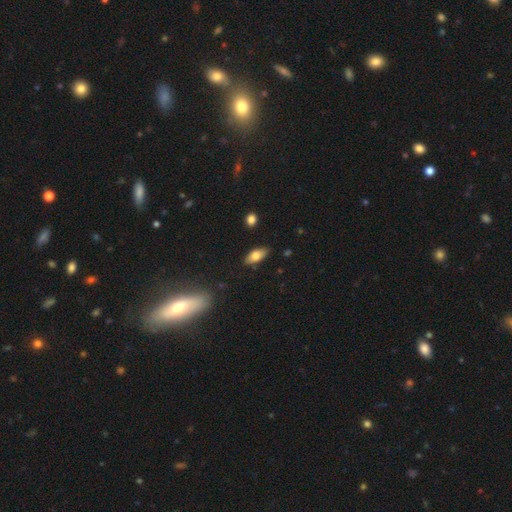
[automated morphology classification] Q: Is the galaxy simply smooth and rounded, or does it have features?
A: smooth — 75%.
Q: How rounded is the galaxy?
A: in between — 85%.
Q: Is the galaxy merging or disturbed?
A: none — 84%.